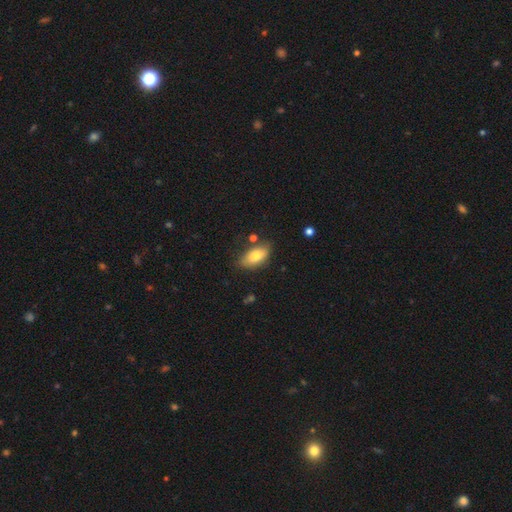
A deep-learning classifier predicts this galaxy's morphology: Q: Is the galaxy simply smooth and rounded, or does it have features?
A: smooth — 78%.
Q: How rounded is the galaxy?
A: in between — 91%.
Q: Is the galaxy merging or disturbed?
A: none — 74%.